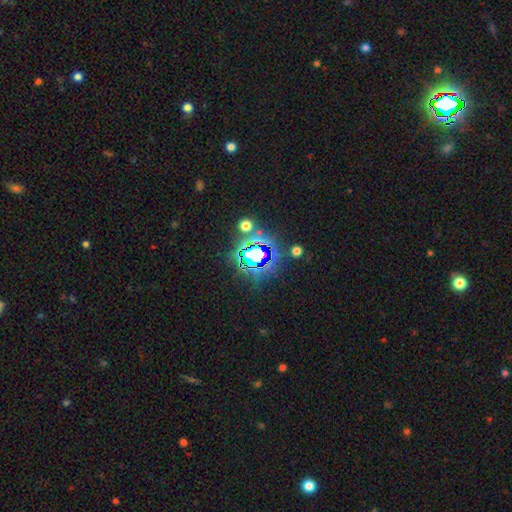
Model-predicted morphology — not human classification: Smooth or featured: star or artifact — 69% (smooth — 19%)